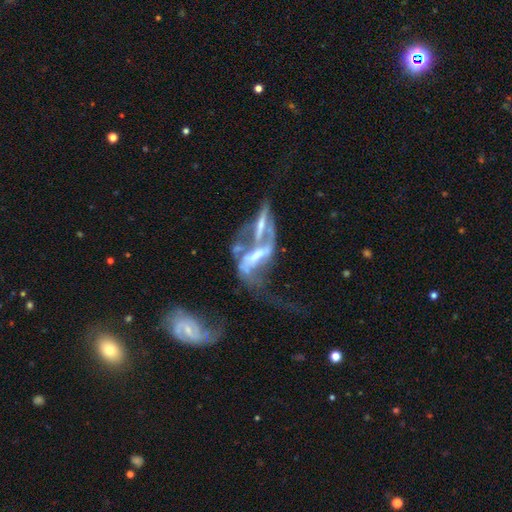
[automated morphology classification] Smooth or featured?
  - featured or disk: 78% *
  - smooth: 12%
  - star or artifact: 10%
Edge-on disk?
  - no: 89% *
  - yes: 11%
Bar?
  - strong: 38% *
  - no: 33%
  - weak: 29%
Spiral arms?
  - yes: 67% *
  - no: 33%
Bulge size?
  - small: 34% *
  - moderate: 32%
  - none: 26%
  - large: 6%
  - dominant: 2%
Merging?
  - merger: 61% *
  - major disturbance: 23%
  - none: 9%
  - minor disturbance: 6%